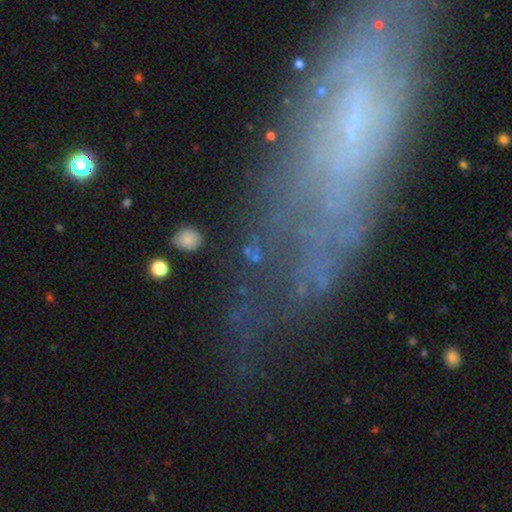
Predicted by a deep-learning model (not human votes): Morphology: type=smooth (43%); merging=none (72%).